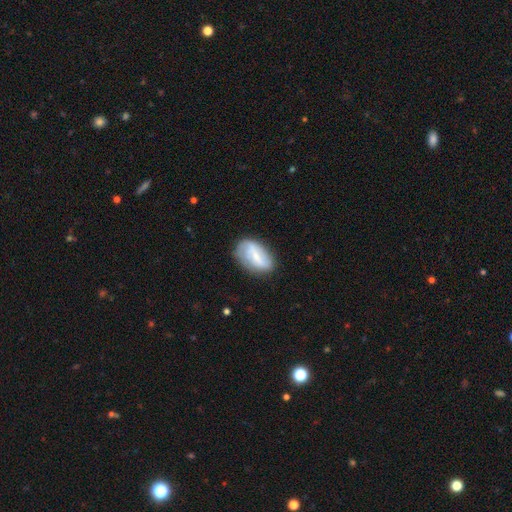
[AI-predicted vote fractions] This is possibly a featured or disk galaxy (51%). It is clearly not viewed edge-on (95%). Merging: likely none (67%).